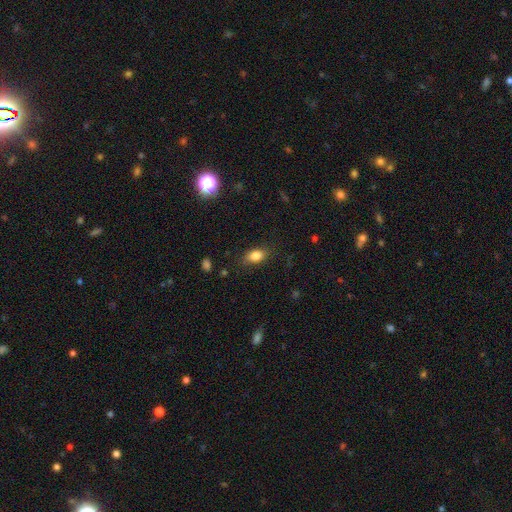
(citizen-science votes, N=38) Overall: smooth (87%). How rounded: in between (79%). Merging: none (78%).